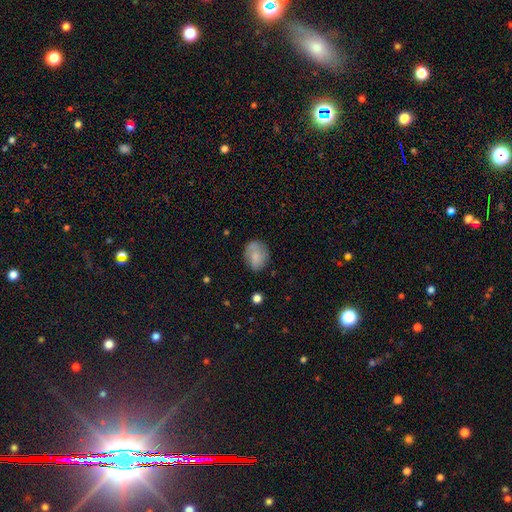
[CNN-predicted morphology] This appears to be a smooth galaxy with no disk features (70%) that is round (50%). Merging: none (72%).